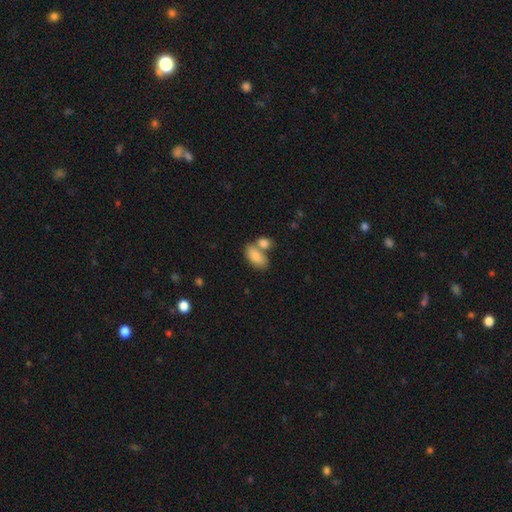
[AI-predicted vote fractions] Morphology: type=smooth (84%); roundness=in between (92%); merging=merger (46%).